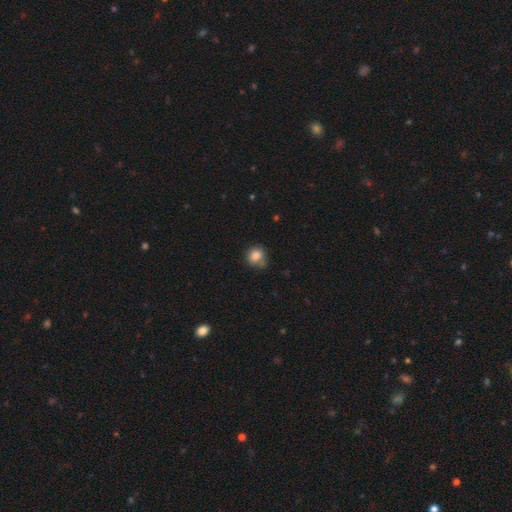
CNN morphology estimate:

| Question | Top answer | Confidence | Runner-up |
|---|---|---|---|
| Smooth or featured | smooth | 83% | star or artifact (10%) |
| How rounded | round | 89% | in between (11%) |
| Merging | none | 69% | minor disturbance (17%) |